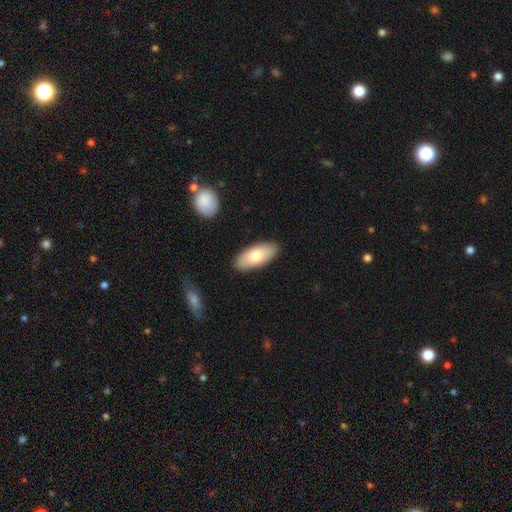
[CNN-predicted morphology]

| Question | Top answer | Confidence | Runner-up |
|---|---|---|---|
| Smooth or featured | smooth | 78% | featured or disk (17%) |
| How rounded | in between | 89% | cigar-shaped (9%) |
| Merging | none | 88% | minor disturbance (9%) |